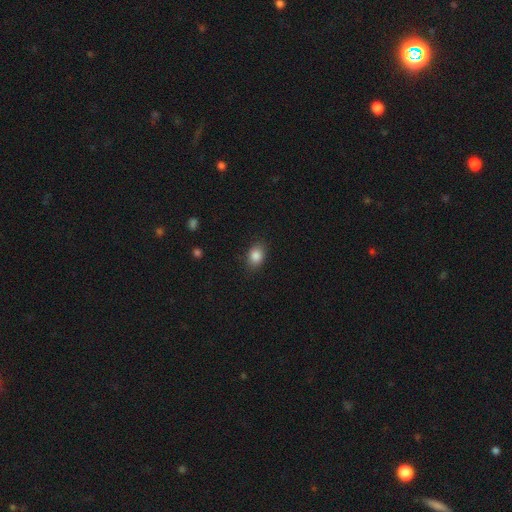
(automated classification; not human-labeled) A smooth galaxy with no disk features (86%) that is in between round and cigar-shaped (70%). Merging: none (85%).